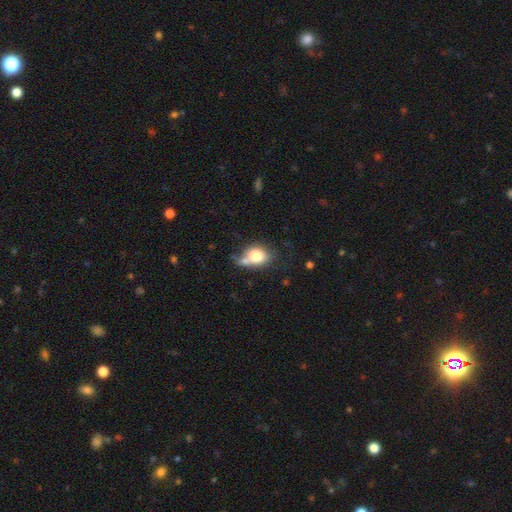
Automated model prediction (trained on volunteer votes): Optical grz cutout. It shows a smooth galaxy with no disk features (77%) that is in between round and cigar-shaped (56%). Merging: none (41%).